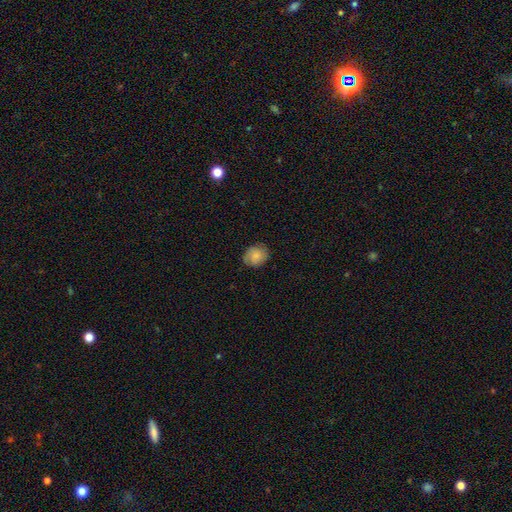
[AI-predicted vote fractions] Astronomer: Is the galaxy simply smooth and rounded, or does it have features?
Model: smooth — 77%.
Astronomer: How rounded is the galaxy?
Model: round — 65%.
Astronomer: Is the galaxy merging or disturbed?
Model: none — 78%.